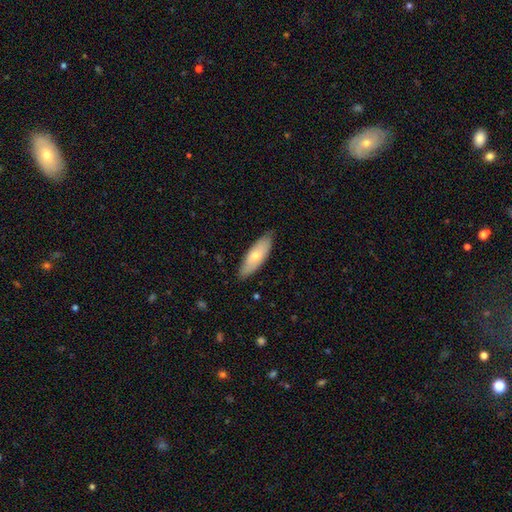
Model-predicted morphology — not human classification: The model was most divided on "how rounded": in between: 62%, cigar-shaped: 36%, round: 2%. More confident: merging — none (83%); smooth or featured — smooth (67%).